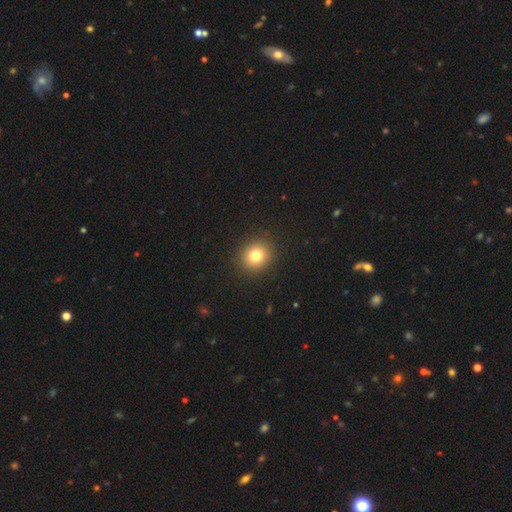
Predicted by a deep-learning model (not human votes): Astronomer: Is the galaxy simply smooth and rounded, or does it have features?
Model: smooth — 80%.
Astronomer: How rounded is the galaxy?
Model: round — 81%.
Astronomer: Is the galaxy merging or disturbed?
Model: none — 91%.